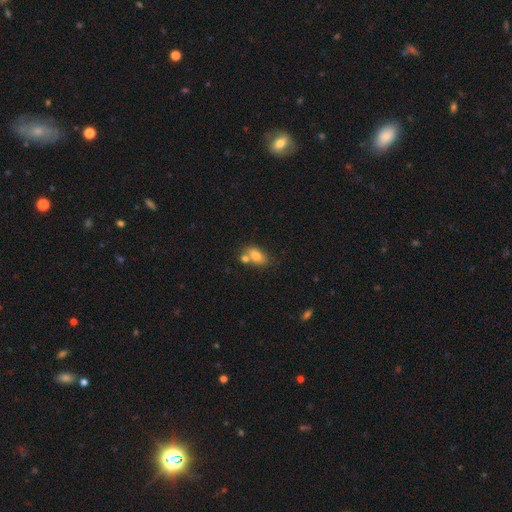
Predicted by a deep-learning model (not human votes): smooth_or_featured: smooth (p=0.77) [alt: featured or disk p=0.14]
how_rounded: in between (p=0.82) [alt: round p=0.15]
merging: none (p=0.44) [alt: merger p=0.38]